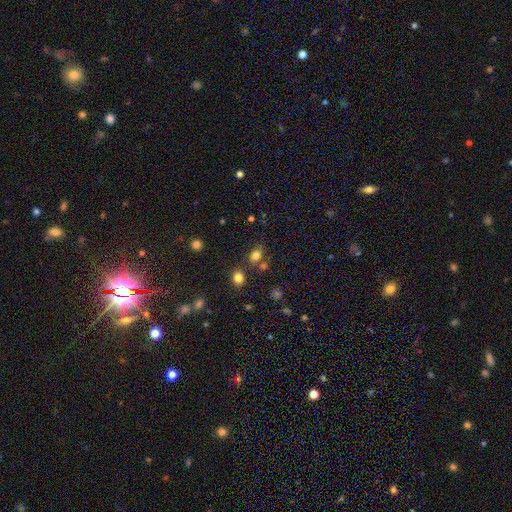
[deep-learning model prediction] This appears to be a smooth galaxy with no disk features (75%) that is in between round and cigar-shaped (59%). Merging: none (64%).